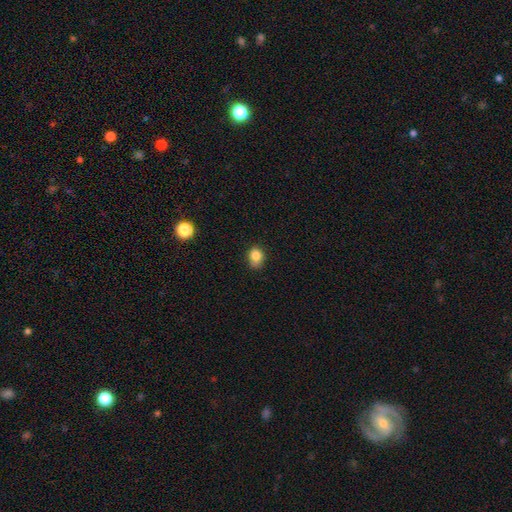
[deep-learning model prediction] smooth 82%, star or artifact 11%, featured or disk 7%. Down the decision tree: how rounded — round (50%); merging — none (67%).